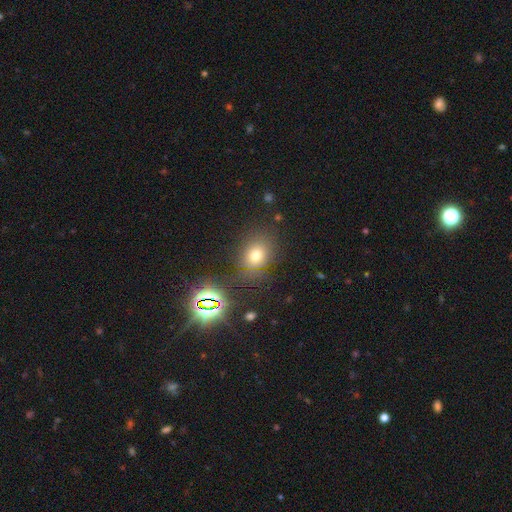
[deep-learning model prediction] Morphology: type=smooth (68%); roundness=round (52%); merging=none (77%).